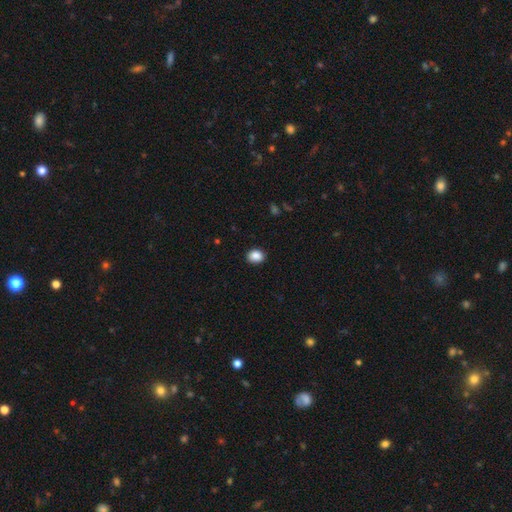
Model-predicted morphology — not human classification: The model was most divided on "how rounded": round: 53%, in between: 46%, cigar-shaped: 1%. More confident: merging — none (91%); smooth or featured — smooth (88%).